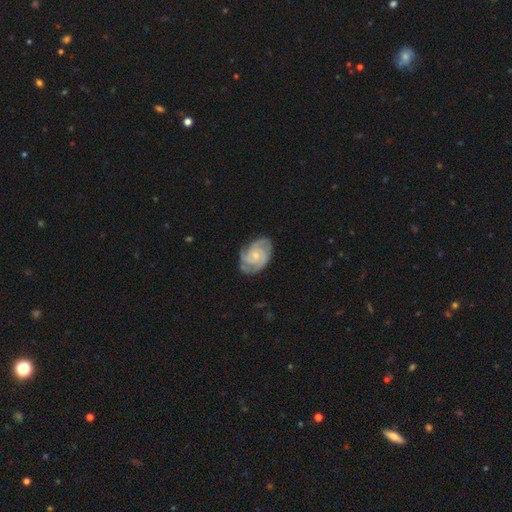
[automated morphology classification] This appears to be a featured or disk galaxy (88%) with no bar (71%), 3 (48%) tight (63%) spiral arms (98%) and a small central bulge (66%). Merging: none (75%).